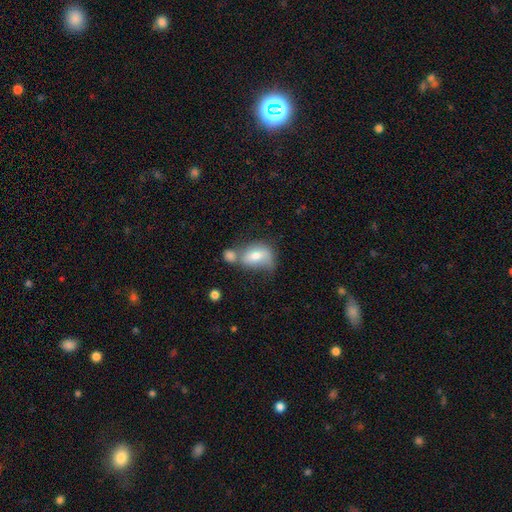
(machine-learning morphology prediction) Smooth or featured?
  - smooth: 61% *
  - featured or disk: 31%
  - star or artifact: 8%
How rounded?
  - in between: 78% *
  - round: 18%
  - cigar-shaped: 4%
Merging?
  - merger: 41% *
  - none: 27%
  - minor disturbance: 19%
  - major disturbance: 13%